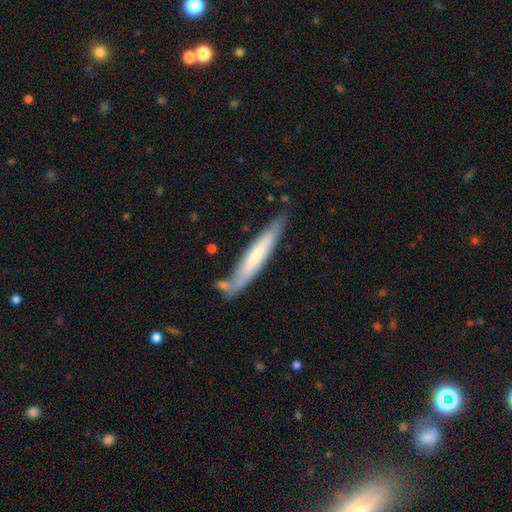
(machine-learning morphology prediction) smooth 53%, featured or disk 41%, star or artifact 6%. Down the decision tree: how rounded — cigar-shaped (91%); merging — none (66%).